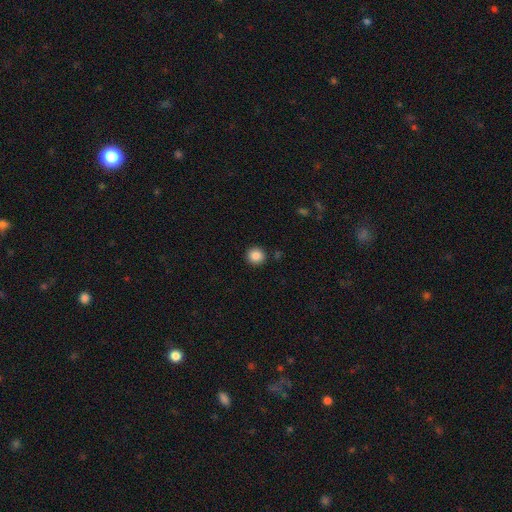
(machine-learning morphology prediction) smooth 87%, star or artifact 9%, featured or disk 4%. Down the decision tree: how rounded — round (92%); merging — none (90%).